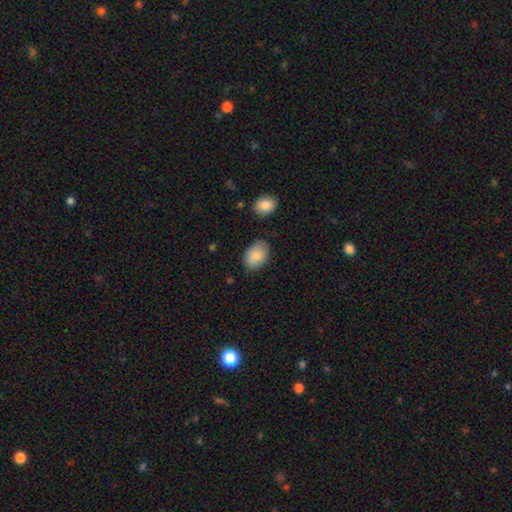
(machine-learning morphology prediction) The model was most divided on "merging": none: 77%, minor disturbance: 17%, major disturbance: 3%, merger: 2%. More confident: smooth or featured — smooth (86%); how rounded — in between (85%).